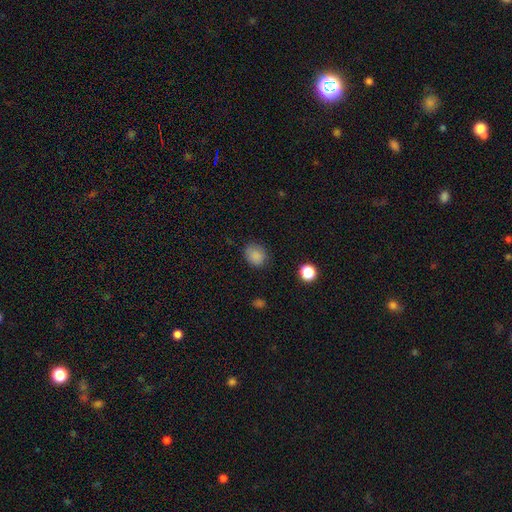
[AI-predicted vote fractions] Smooth or featured: smooth — 85% (star or artifact — 12%)
How rounded: round — 60% (in between — 39%)
Merging: none — 79% (minor disturbance — 15%)